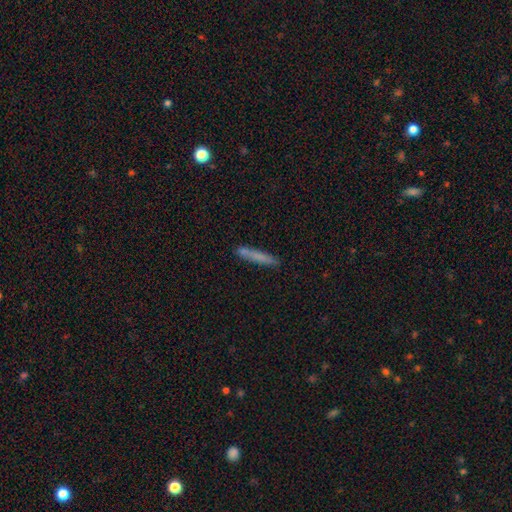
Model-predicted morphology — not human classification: Smooth or featured? Predicted: smooth (p=0.74). How rounded? Predicted: cigar-shaped (p=0.94). Merging? Predicted: none (p=0.83).